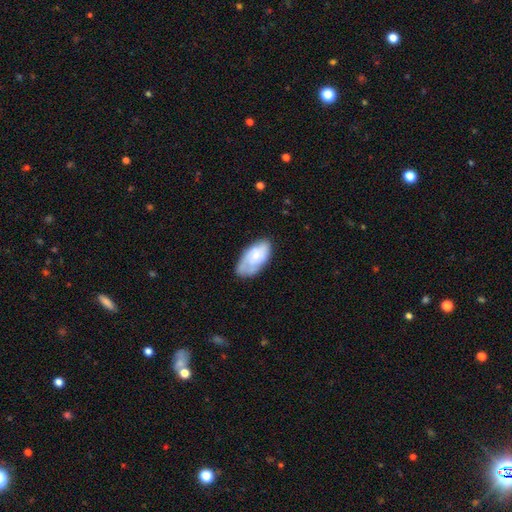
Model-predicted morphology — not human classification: A smooth galaxy with no disk features (56%) that is in between round and cigar-shaped (94%).

Vote fractions:
- Smooth or featured? smooth: 56% / featured or disk: 38% / star or artifact: 6%
- How rounded? in between: 94% / cigar-shaped: 3% / round: 3%
- Merging? none: 62% / minor disturbance: 28% / major disturbance: 7% / merger: 2%